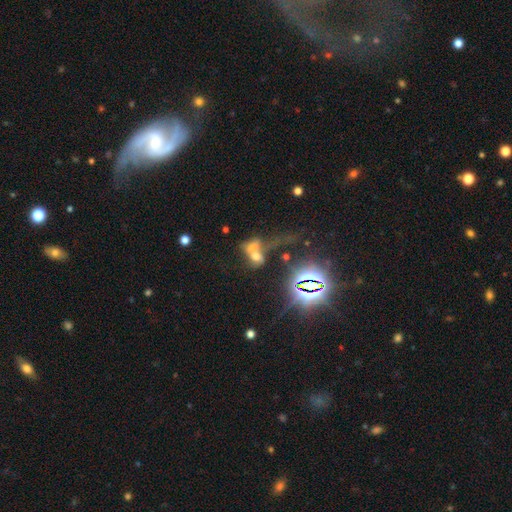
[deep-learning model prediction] The model was most divided on "smooth or featured": smooth: 47%, star or artifact: 27%, featured or disk: 26%. More confident: merging — merger (73%).